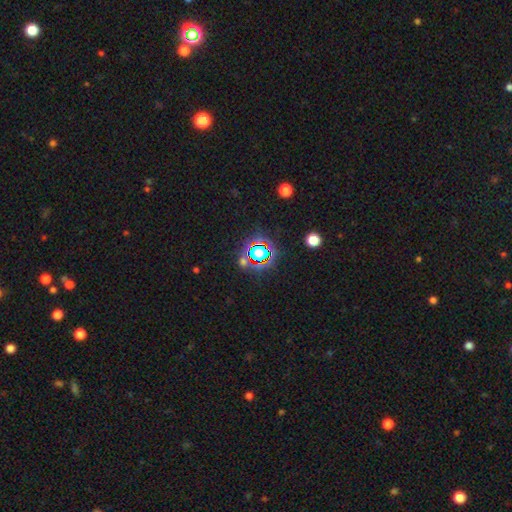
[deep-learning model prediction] Smooth or featured: star or artifact — 76% (smooth — 15%)